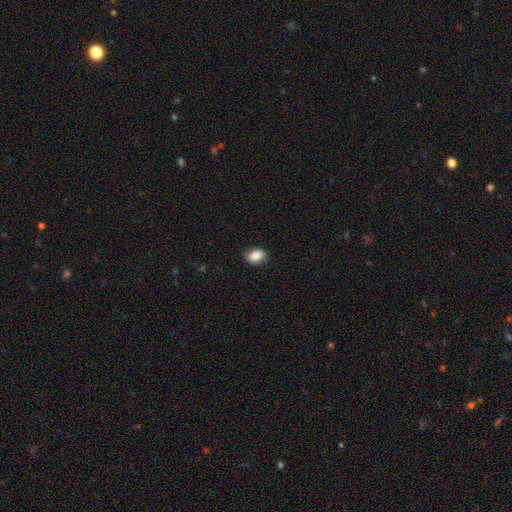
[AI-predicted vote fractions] This appears to be a smooth galaxy with no disk features (84%) that is in between round and cigar-shaped (74%). Merging: none (77%).